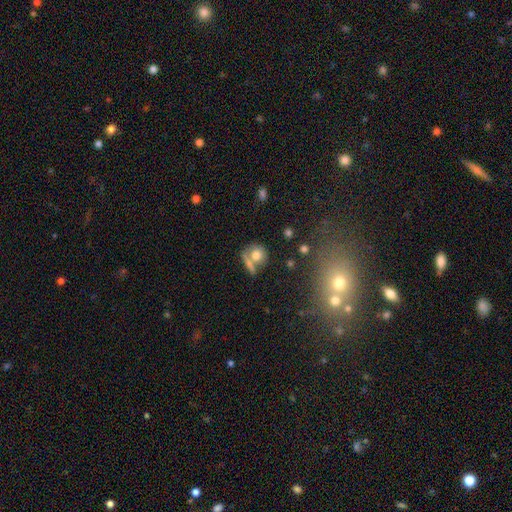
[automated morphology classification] Smooth or featured: smooth — 72% (featured or disk — 18%)
How rounded: round — 74% (in between — 22%)
Merging: none — 47% (merger — 34%)